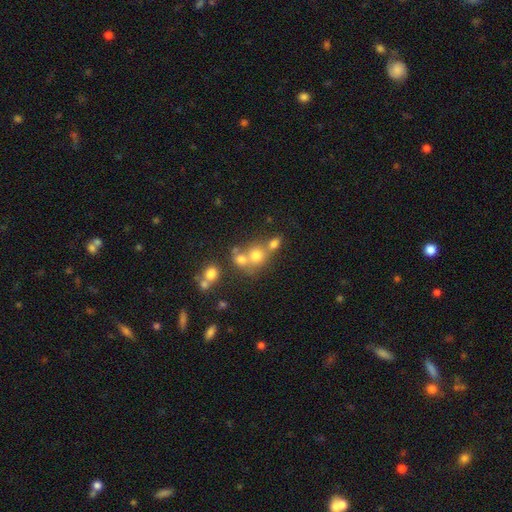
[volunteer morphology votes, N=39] A smooth galaxy with no disk features (69%) that is round (74%).

Vote fractions:
- Smooth or featured? smooth: 69% / featured or disk: 23% / star or artifact: 8%
- How rounded? round: 74% / in between: 26% / cigar-shaped: 0%
- Merging? merger: 56% / none: 33% / minor disturbance: 8% / major disturbance: 3%